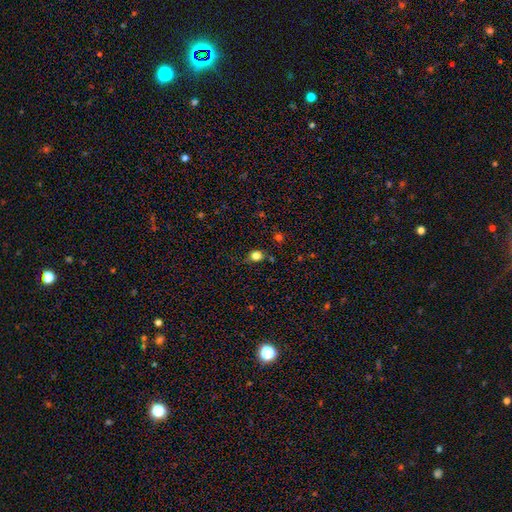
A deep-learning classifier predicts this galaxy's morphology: smooth_or_featured: smooth (p=0.80) [alt: star or artifact p=0.14]
how_rounded: round (p=0.72) [alt: in between p=0.26]
merging: none (p=0.71) [alt: minor disturbance p=0.20]